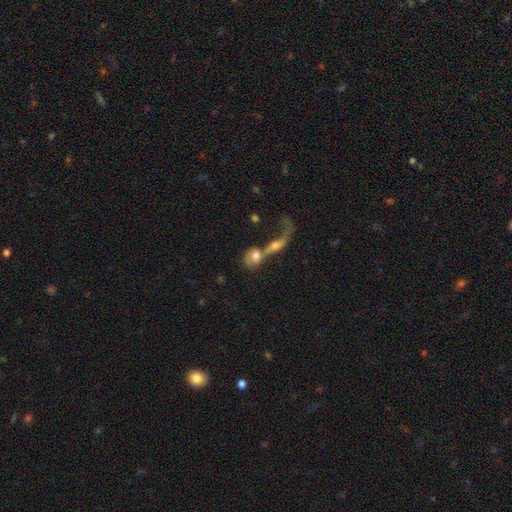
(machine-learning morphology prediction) A smooth galaxy with no disk features (54%) that is in between round and cigar-shaped (53%). Merging: merger (70%).